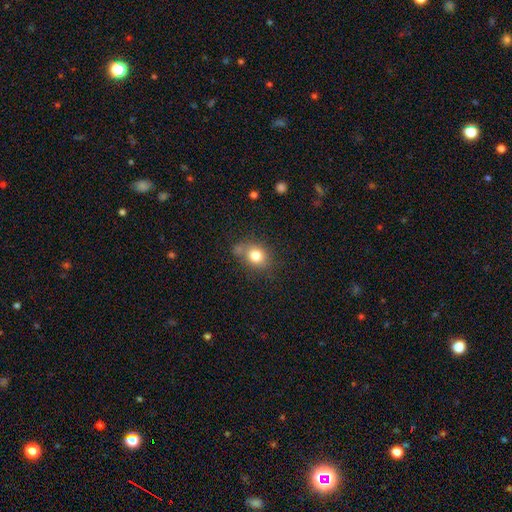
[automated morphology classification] Smooth or featured? smooth (79%)
How rounded? round (62%)
Merging? none (62%)